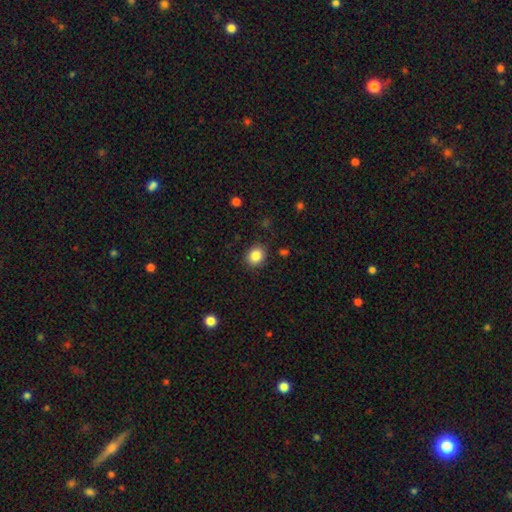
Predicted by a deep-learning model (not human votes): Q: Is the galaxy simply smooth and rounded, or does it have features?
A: smooth — 85%.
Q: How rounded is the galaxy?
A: round — 64%.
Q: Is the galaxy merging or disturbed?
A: none — 87%.